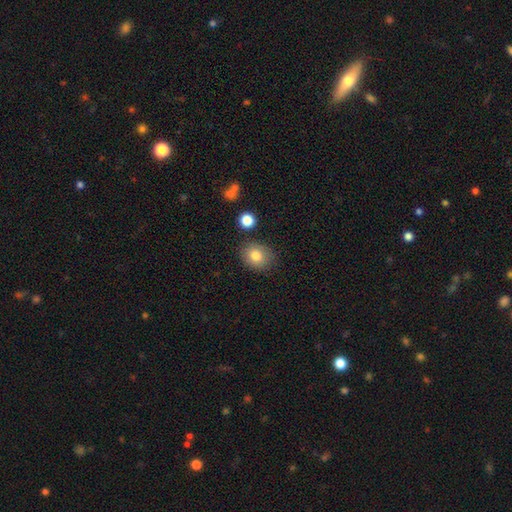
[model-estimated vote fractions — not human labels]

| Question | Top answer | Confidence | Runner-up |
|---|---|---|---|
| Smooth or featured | smooth | 81% | star or artifact (9%) |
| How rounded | round | 61% | in between (38%) |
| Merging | none | 80% | minor disturbance (13%) |